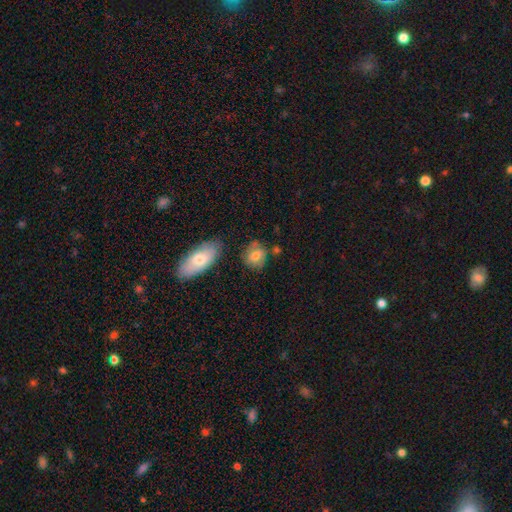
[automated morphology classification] smooth 71%, featured or disk 20%, star or artifact 8%. Down the decision tree: how rounded — round (60%); merging — none (65%).